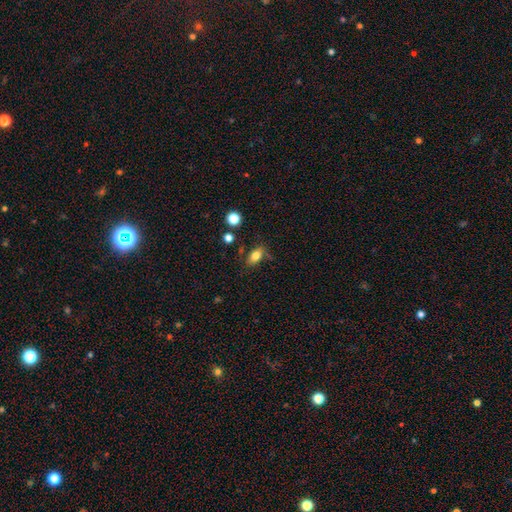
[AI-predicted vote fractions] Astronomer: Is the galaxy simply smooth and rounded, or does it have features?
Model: smooth — 79%.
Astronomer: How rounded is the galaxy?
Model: in between — 84%.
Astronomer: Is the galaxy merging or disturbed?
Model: none — 71%.